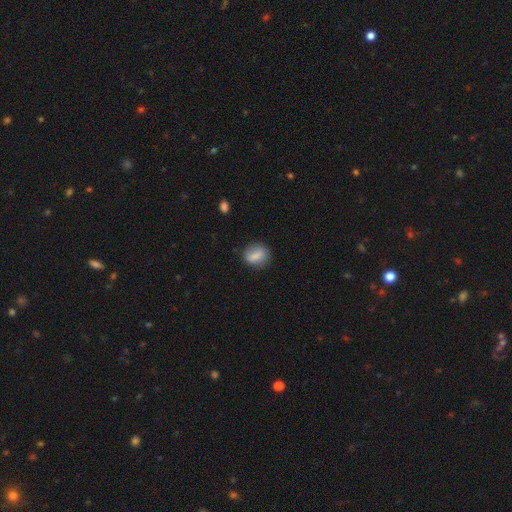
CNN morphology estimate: Smooth or featured: smooth — 77% (featured or disk — 15%)
How rounded: round — 53% (in between — 44%)
Merging: none — 80% (minor disturbance — 15%)